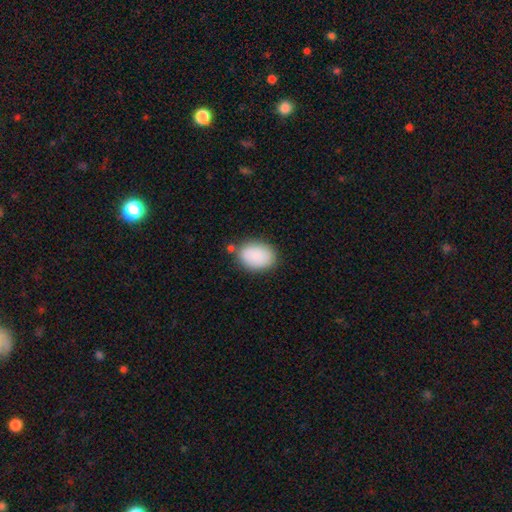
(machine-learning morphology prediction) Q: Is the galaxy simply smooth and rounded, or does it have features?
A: smooth — 88%.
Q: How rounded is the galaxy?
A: in between — 81%.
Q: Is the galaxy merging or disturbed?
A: none — 74%.